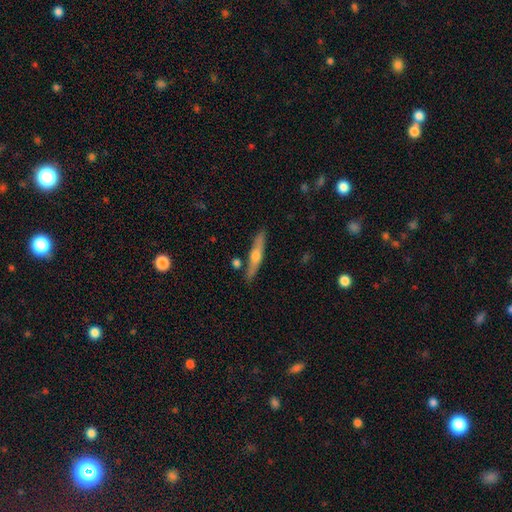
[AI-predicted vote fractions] This is possibly a featured or disk galaxy (60%). It is clearly viewed edge-on (95%). Edge-on bulge: clearly rounded (89%). Merging: clearly none (86%).